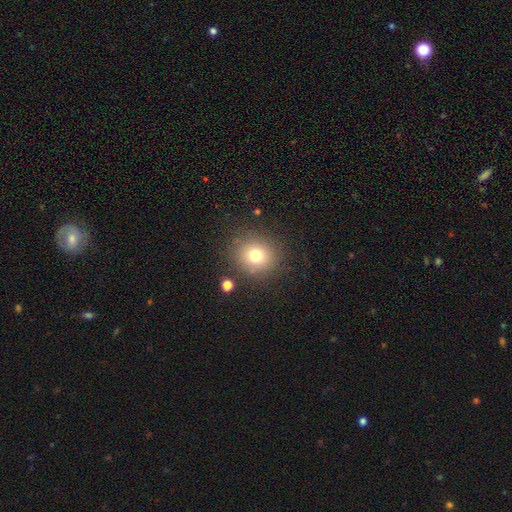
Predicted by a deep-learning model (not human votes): The model was most divided on "smooth or featured": smooth: 75%, star or artifact: 15%, featured or disk: 11%. More confident: how rounded — round (86%); merging — none (84%).